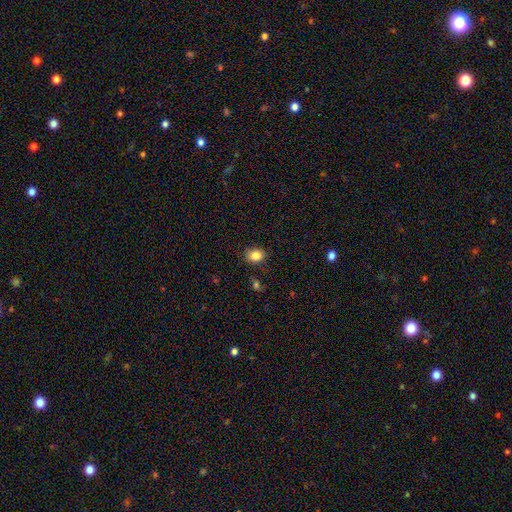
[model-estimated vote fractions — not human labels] This is clearly a smooth galaxy (84%). How rounded: likely in between (61%). Merging: clearly none (84%).